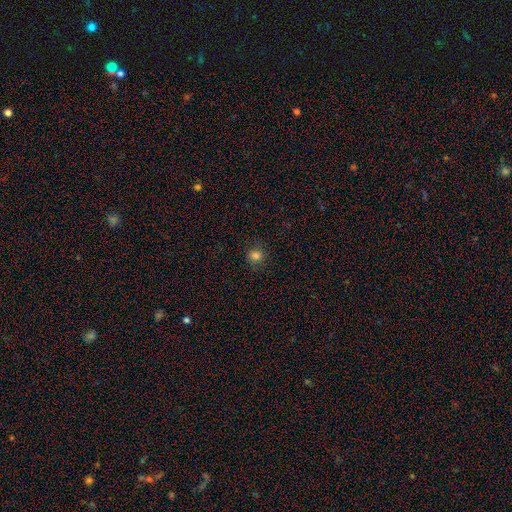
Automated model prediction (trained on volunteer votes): A smooth galaxy with no disk features (81%) that is round (77%).

Vote fractions:
- Smooth or featured? smooth: 81% / star or artifact: 15% / featured or disk: 5%
- How rounded? round: 77% / in between: 22% / cigar-shaped: 1%
- Merging? none: 84% / minor disturbance: 11% / major disturbance: 4% / merger: 1%